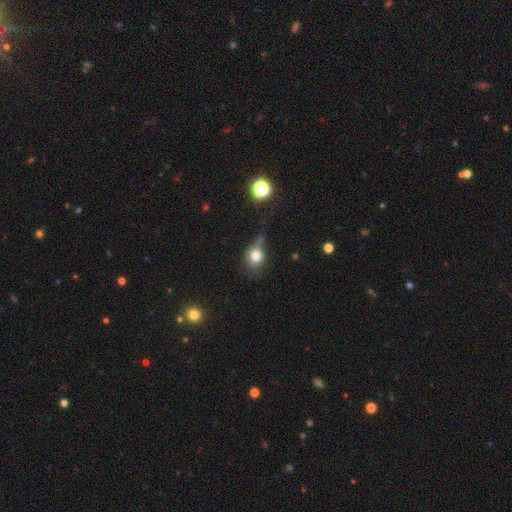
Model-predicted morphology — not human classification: This is likely a smooth galaxy (77%). How rounded: likely round (66%). Merging: marginally none (42%).